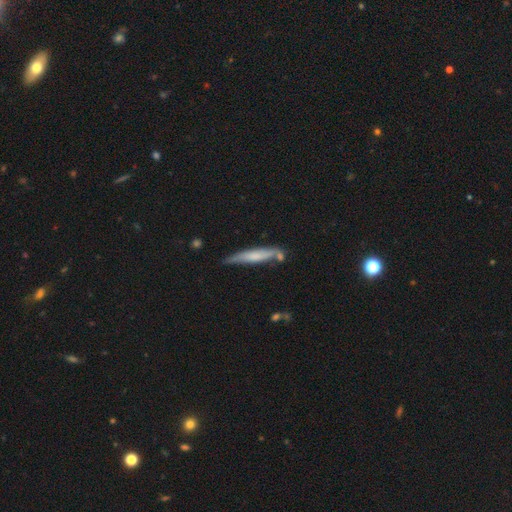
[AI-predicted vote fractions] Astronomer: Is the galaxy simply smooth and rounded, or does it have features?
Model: smooth — 56% (runner-up: featured or disk, 38%).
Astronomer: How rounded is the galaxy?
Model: cigar-shaped — 90%.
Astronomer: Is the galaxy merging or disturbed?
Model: none — 60%.